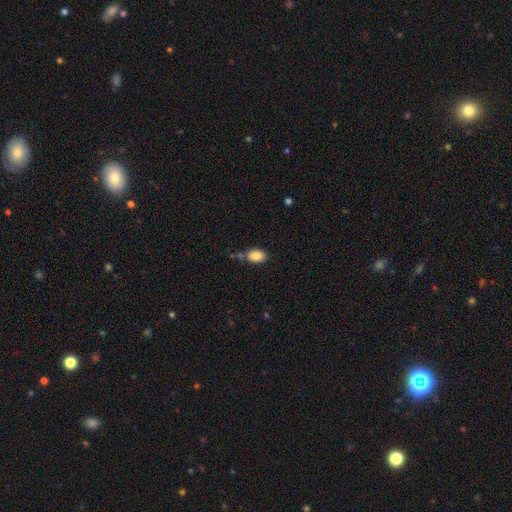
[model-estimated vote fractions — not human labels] smooth_or_featured: smooth (p=0.86) [alt: star or artifact p=0.08]
how_rounded: in between (p=0.84) [alt: round p=0.15]
merging: none (p=0.69) [alt: minor disturbance p=0.17]